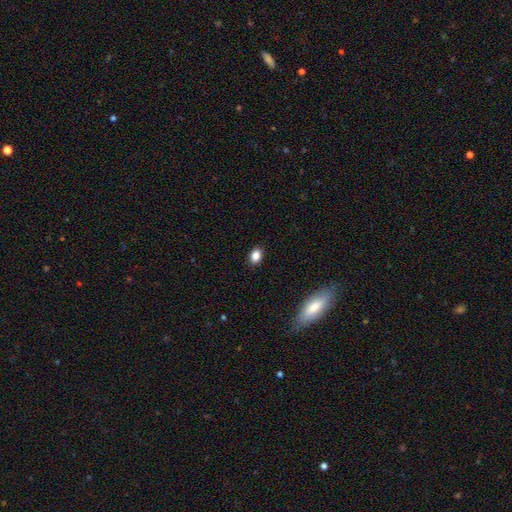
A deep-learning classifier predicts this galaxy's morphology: This is clearly a smooth galaxy (84%). How rounded: likely in between (75%). Merging: clearly none (87%).